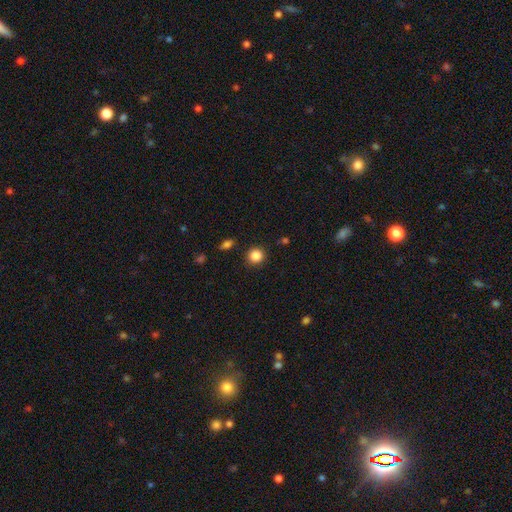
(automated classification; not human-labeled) A smooth galaxy with no disk features (86%) that is round (90%). Merging: none (88%).